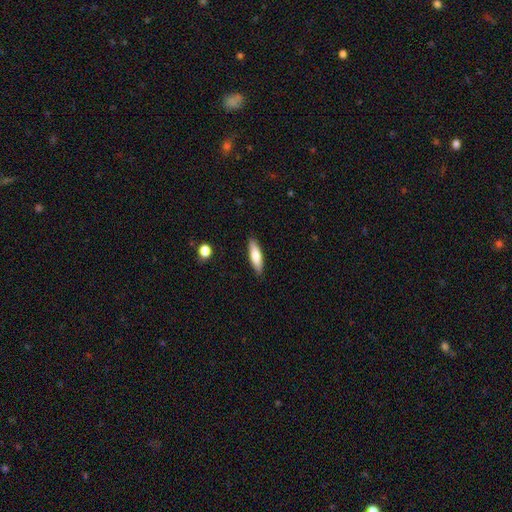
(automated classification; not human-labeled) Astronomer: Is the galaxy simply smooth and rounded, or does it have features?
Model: smooth — 74%.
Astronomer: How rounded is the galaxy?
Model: cigar-shaped — 60% (runner-up: in between, 38%).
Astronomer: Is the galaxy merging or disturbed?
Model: none — 87%.